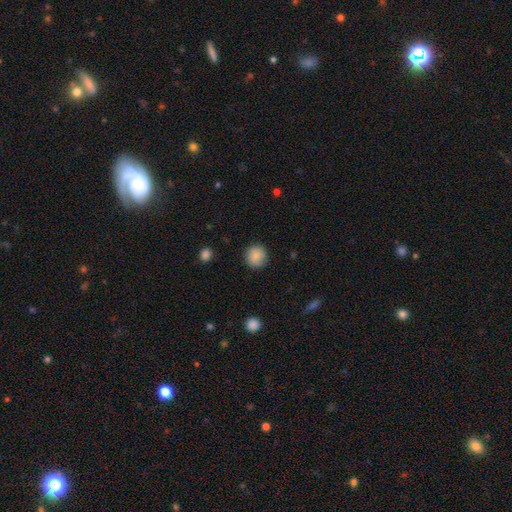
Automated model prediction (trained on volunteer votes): smooth 86%, star or artifact 8%, featured or disk 6%. Down the decision tree: how rounded — round (93%); merging — none (86%).